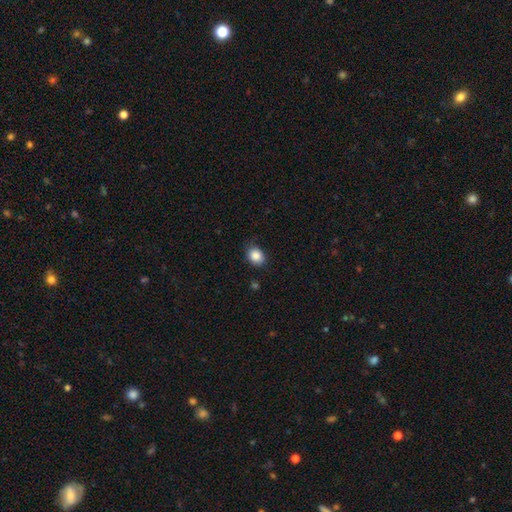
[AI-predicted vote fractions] smooth 87%, star or artifact 9%, featured or disk 4%. Down the decision tree: how rounded — round (50%, tied with in between); merging — none (78%).